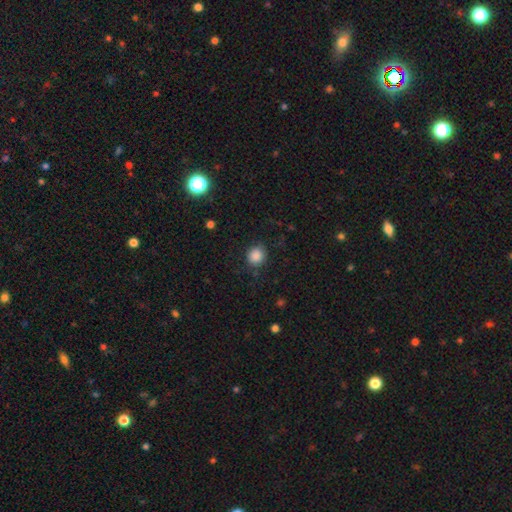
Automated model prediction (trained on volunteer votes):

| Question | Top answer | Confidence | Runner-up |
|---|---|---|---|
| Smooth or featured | smooth | 87% | star or artifact (10%) |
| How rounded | round | 83% | in between (16%) |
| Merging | none | 82% | minor disturbance (12%) |